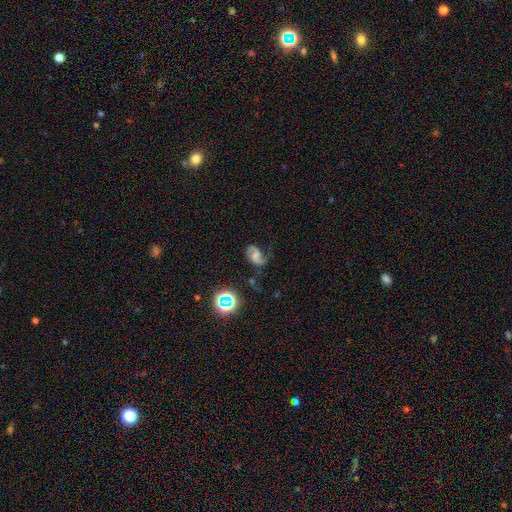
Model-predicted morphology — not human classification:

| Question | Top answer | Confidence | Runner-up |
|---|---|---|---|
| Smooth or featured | featured or disk | 72% | smooth (16%) |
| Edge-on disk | no | 98% | yes (2%) |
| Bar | weak | 45% | no (34%) |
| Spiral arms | yes | 94% | no (6%) |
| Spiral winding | loose | 44% | medium (43%) |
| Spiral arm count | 2 | 84% | 1 (9%) |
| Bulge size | none | 35% | small (28%) |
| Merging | none | 60% | minor disturbance (22%) |